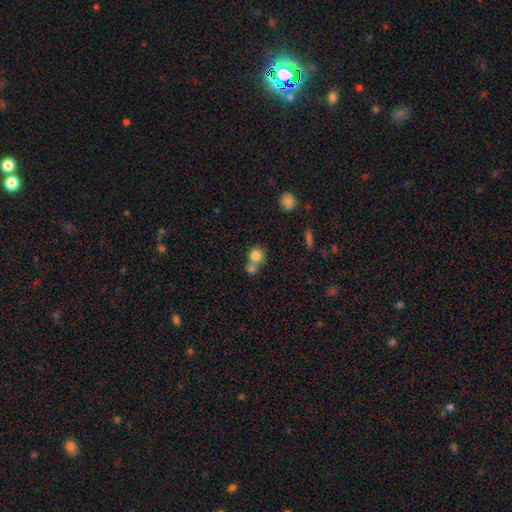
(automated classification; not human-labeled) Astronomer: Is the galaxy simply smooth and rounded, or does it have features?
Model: smooth — 80%.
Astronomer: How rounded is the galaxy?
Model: round — 85%.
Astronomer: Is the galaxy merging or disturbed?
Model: merger — 49% (runner-up: none, 40%).